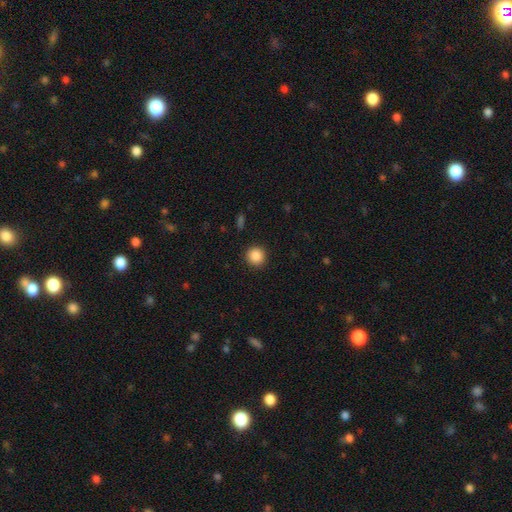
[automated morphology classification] A smooth galaxy with no disk features (87%) that is round (94%). Merging: none (91%).